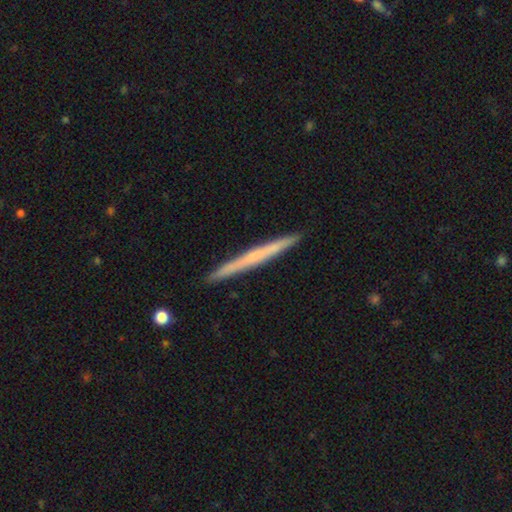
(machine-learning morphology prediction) type=featured or disk (49%); merging=none (92%).